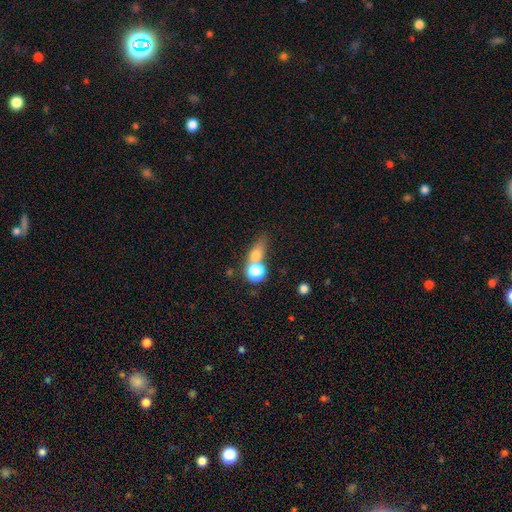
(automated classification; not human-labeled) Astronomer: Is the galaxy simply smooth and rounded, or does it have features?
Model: smooth — 70%.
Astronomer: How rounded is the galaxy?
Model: round — 50% (runner-up: in between, 37%).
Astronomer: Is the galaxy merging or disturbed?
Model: merger — 46% (runner-up: none, 37%).